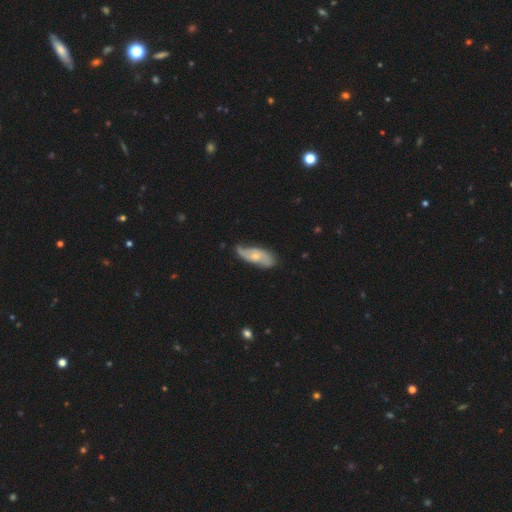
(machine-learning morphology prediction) The model was most divided on "smooth or featured": featured or disk: 58%, smooth: 36%, star or artifact: 6%. More confident: edge-on disk — no (86%); merging — none (57%).